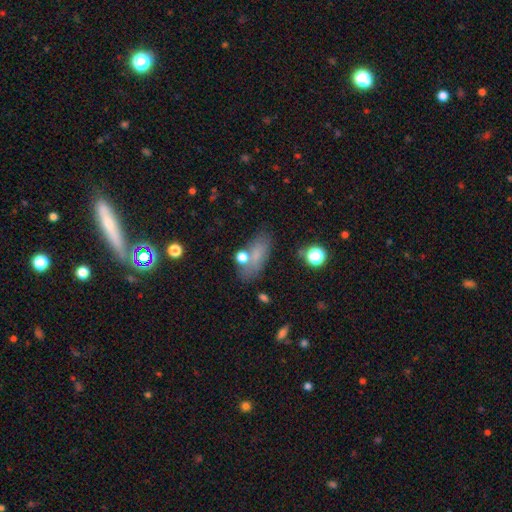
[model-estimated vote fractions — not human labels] smooth_or_featured: smooth (p=0.71) [alt: star or artifact p=0.15]
how_rounded: in between (p=0.79) [alt: cigar-shaped p=0.13]
merging: none (p=0.69) [alt: minor disturbance p=0.16]